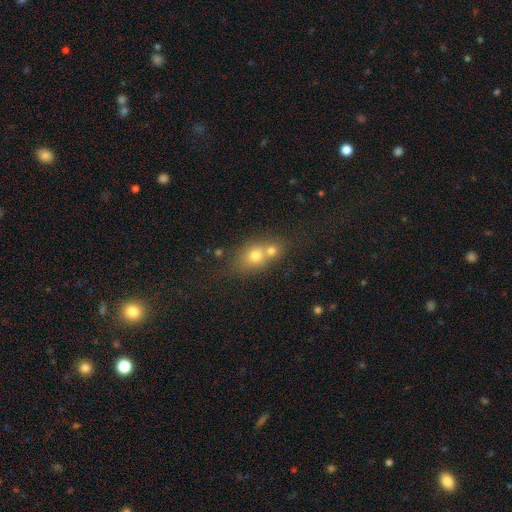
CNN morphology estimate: type=smooth (69%); roundness=round (53%); merging=merger (56%).